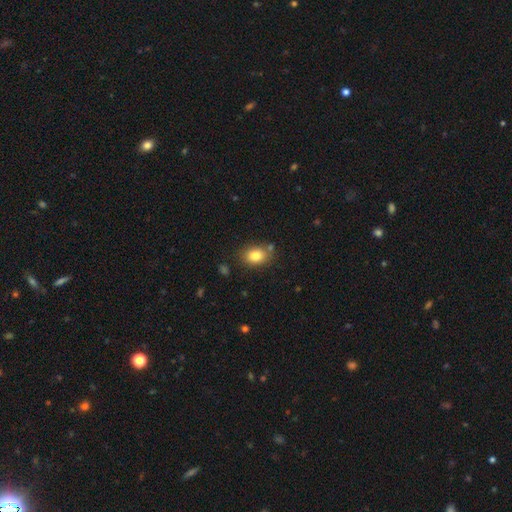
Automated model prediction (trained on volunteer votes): Overall: smooth (82%). How rounded: in between (64%; round 35%). Merging: none (77%).